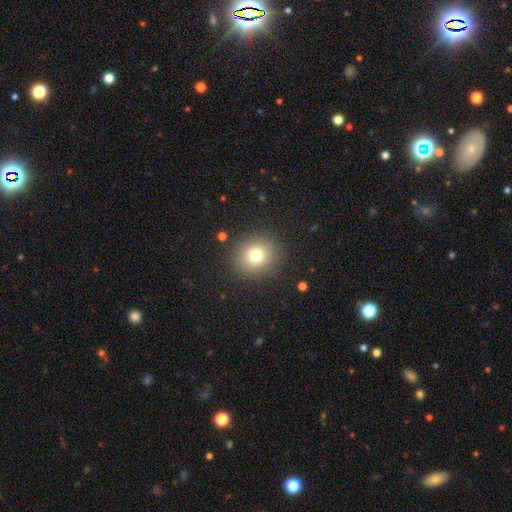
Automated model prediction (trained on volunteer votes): Smooth or featured?
  - smooth: 76% *
  - star or artifact: 13%
  - featured or disk: 10%
How rounded?
  - round: 84% *
  - in between: 15%
  - cigar-shaped: 1%
Merging?
  - none: 88% *
  - minor disturbance: 7%
  - major disturbance: 3%
  - merger: 1%